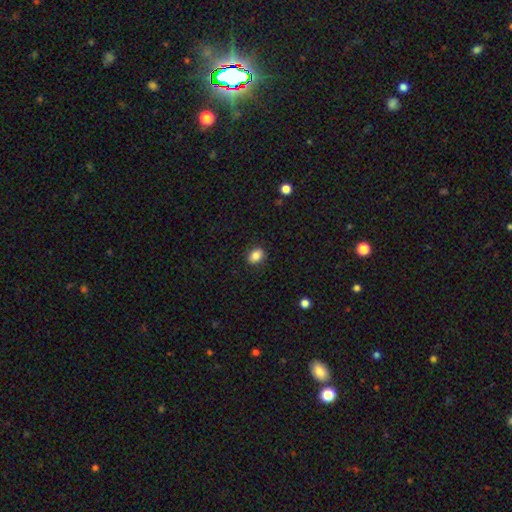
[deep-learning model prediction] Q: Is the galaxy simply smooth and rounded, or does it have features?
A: smooth — 86%.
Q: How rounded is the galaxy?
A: in between — 67%.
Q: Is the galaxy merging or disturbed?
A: none — 88%.